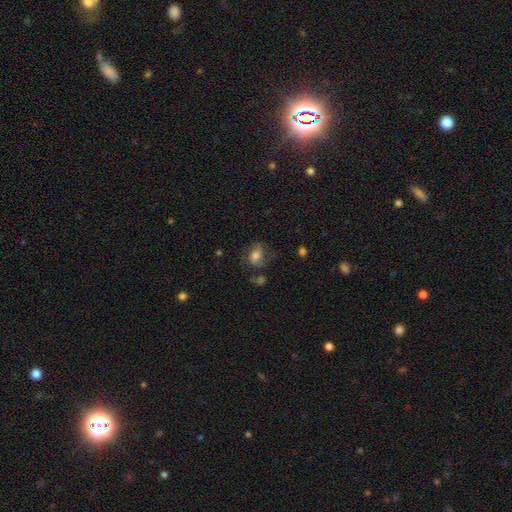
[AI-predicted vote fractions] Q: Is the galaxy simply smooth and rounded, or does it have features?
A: smooth — 48%.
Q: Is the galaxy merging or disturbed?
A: none — 54%.